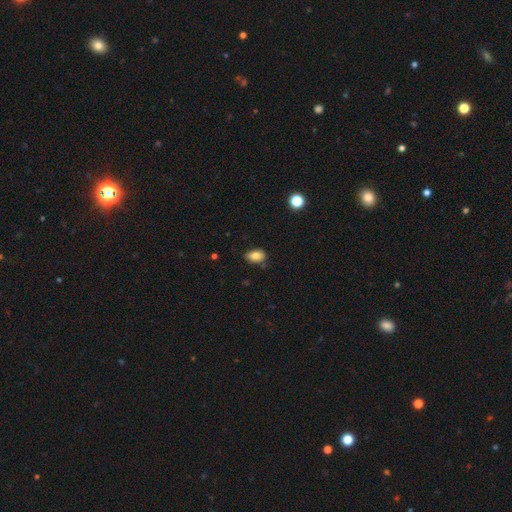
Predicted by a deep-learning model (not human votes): smooth_or_featured: smooth (p=0.81) [alt: featured or disk p=0.10]
how_rounded: in between (p=0.88) [alt: round p=0.10]
merging: none (p=0.69) [alt: minor disturbance p=0.24]